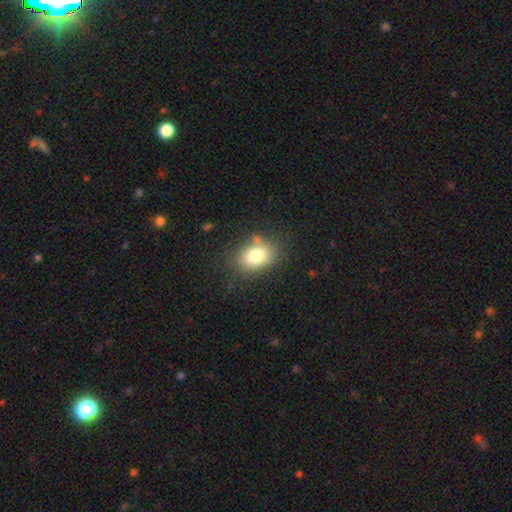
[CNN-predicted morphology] Smooth or featured?
  - smooth: 77% *
  - featured or disk: 12%
  - star or artifact: 11%
How rounded?
  - in between: 69% *
  - round: 30%
  - cigar-shaped: 1%
Merging?
  - none: 75% *
  - minor disturbance: 16%
  - major disturbance: 6%
  - merger: 4%